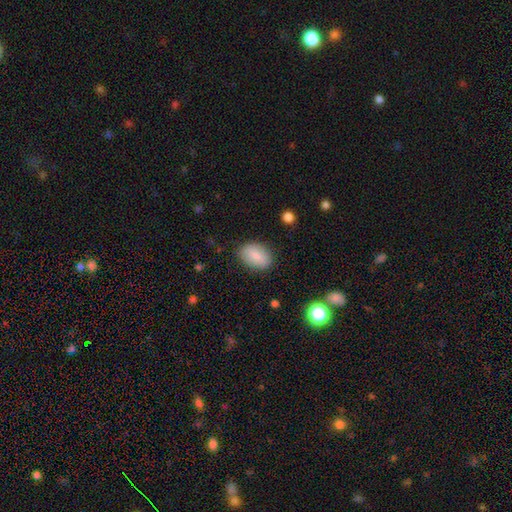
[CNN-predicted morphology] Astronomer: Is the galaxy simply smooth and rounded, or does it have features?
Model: smooth — 83%.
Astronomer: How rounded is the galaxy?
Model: in between — 87%.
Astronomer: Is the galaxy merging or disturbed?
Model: none — 84%.